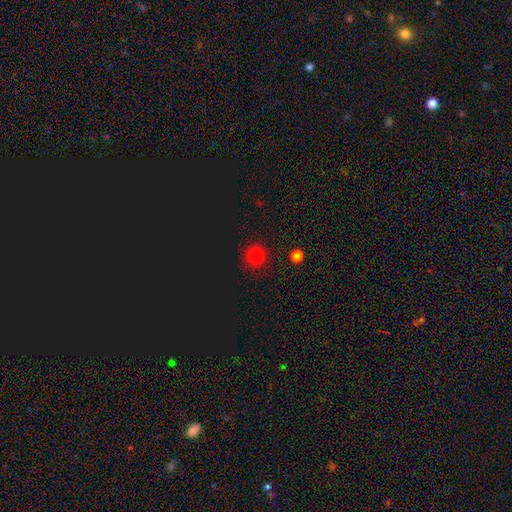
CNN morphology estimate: A smooth galaxy with no disk features (76%) that is round (94%).

Vote fractions:
- Smooth or featured? smooth: 76% / star or artifact: 20% / featured or disk: 4%
- How rounded? round: 94% / in between: 5% / cigar-shaped: 1%
- Merging? none: 90% / minor disturbance: 6% / major disturbance: 2% / merger: 1%